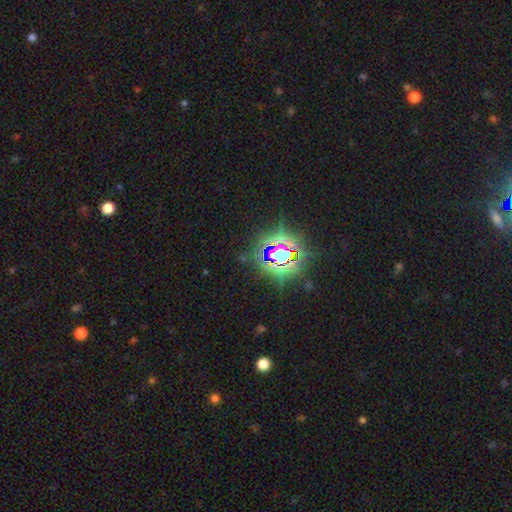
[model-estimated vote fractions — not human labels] This is clearly a star or artifact rather than a galaxy (81%).